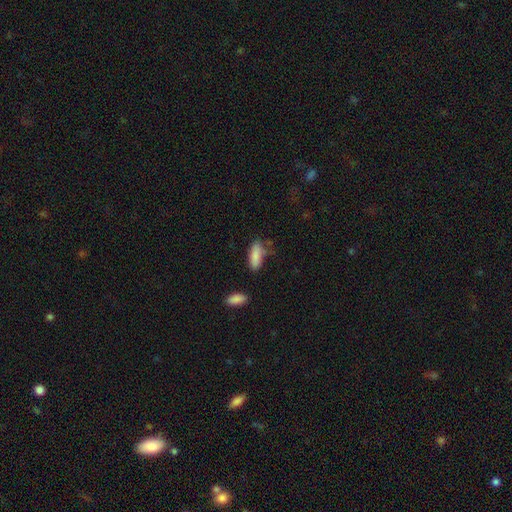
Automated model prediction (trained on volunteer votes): Smooth or featured? Predicted: smooth (p=0.86). How rounded? Predicted: in between (p=0.66). Merging? Predicted: none (p=0.61).